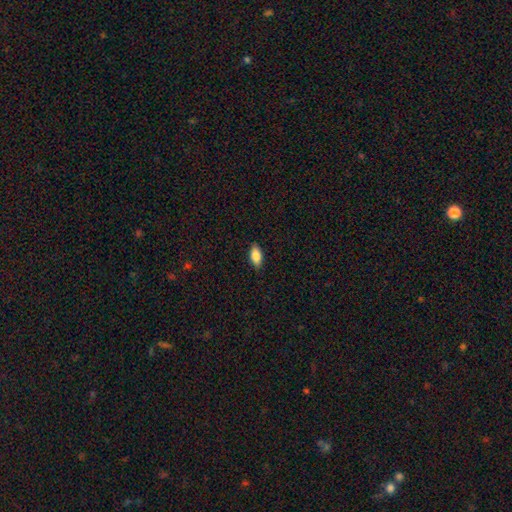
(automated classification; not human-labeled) This is clearly a smooth galaxy (84%). How rounded: clearly in between (88%). Merging: clearly none (88%).